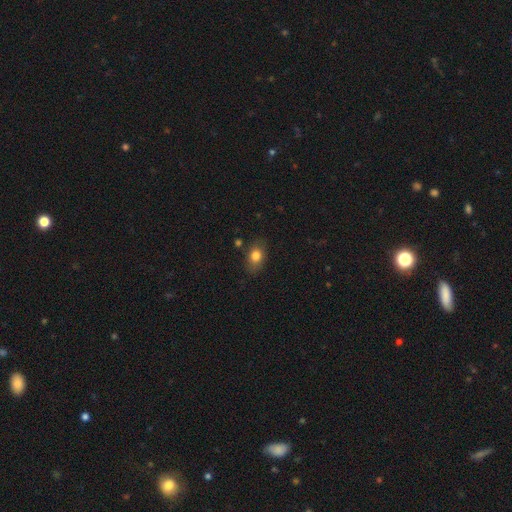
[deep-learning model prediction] smooth 80%, featured or disk 10%, star or artifact 10%. Down the decision tree: how rounded — in between (75%); merging — none (81%).